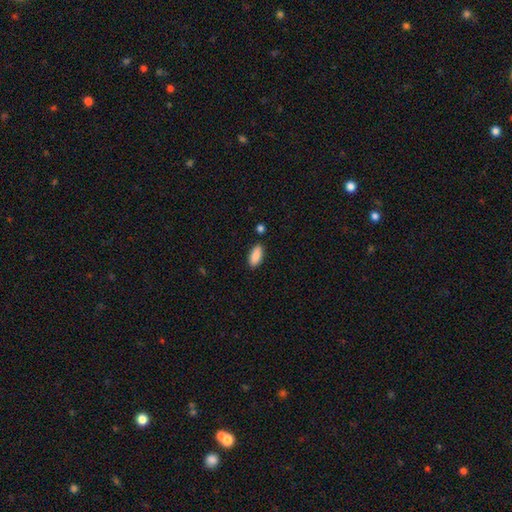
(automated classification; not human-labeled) smooth_or_featured: smooth (p=0.89) [alt: star or artifact p=0.07]
how_rounded: in between (p=0.87) [alt: cigar-shaped p=0.11]
merging: none (p=0.84) [alt: minor disturbance p=0.11]